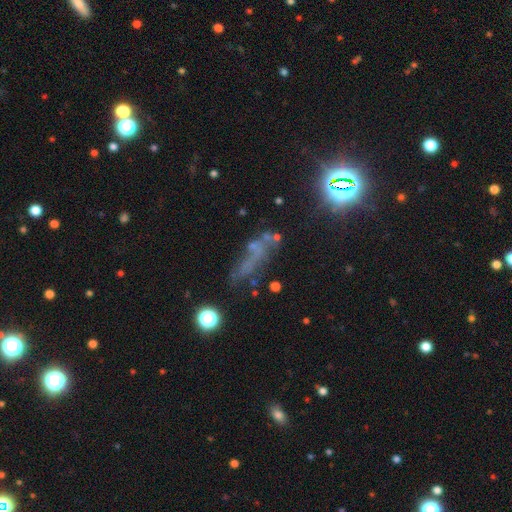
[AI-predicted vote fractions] This appears to be a star or artifact, not a galaxy (38%).